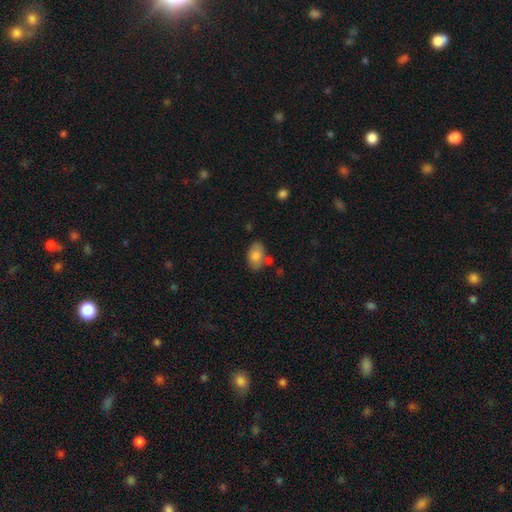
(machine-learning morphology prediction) smooth_or_featured: smooth (p=0.78) [alt: featured or disk p=0.15]
how_rounded: in between (p=0.88) [alt: round p=0.10]
merging: none (p=0.65) [alt: minor disturbance p=0.19]